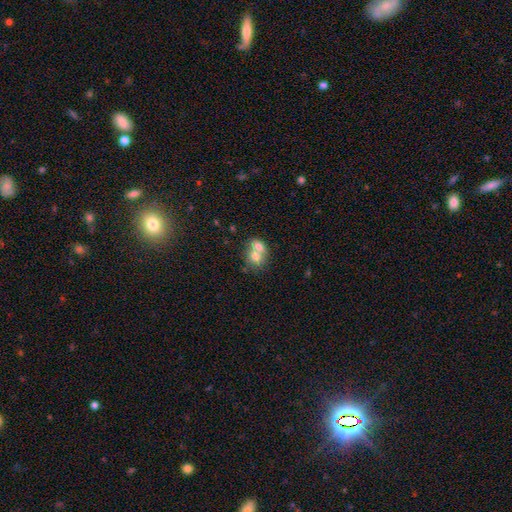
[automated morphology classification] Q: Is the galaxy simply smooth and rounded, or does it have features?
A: smooth — 68%.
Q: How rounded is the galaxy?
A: round — 52%.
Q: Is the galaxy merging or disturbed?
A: merger — 69%.